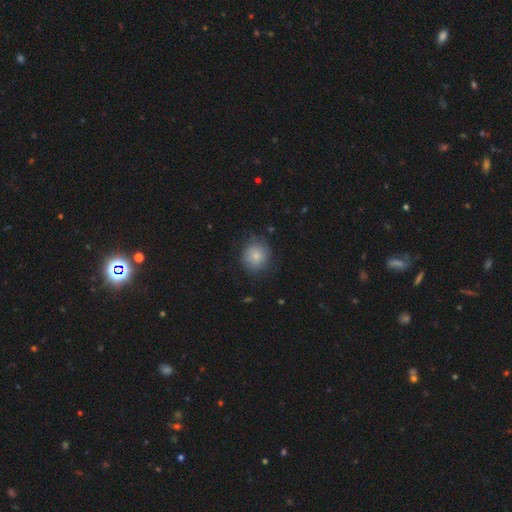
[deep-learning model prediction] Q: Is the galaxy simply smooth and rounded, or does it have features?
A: smooth — 81%.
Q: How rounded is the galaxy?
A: round — 82%.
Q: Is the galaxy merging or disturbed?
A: none — 75%.